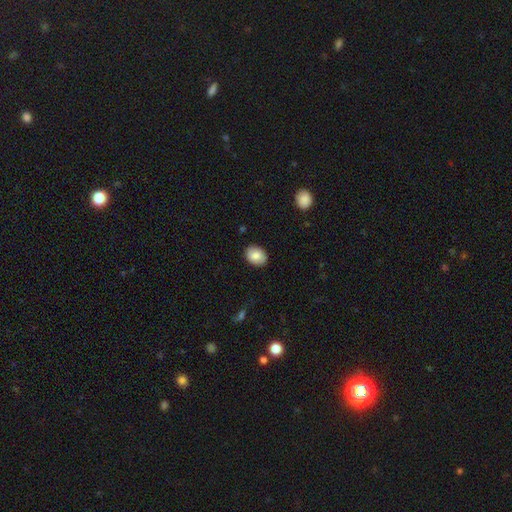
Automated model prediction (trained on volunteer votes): The model was most divided on "how rounded": in between: 69%, round: 30%, cigar-shaped: 1%. More confident: merging — none (88%); smooth or featured — smooth (83%).